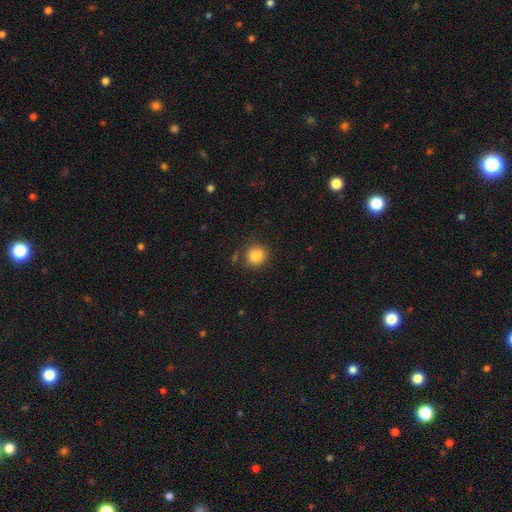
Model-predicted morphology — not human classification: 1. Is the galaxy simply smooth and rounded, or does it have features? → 84% smooth, 10% star or artifact, 6% featured or disk.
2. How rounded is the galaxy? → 89% round, 10% in between, 1% cigar-shaped.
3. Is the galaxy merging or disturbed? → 82% none, 11% minor disturbance, 4% merger, 3% major disturbance.